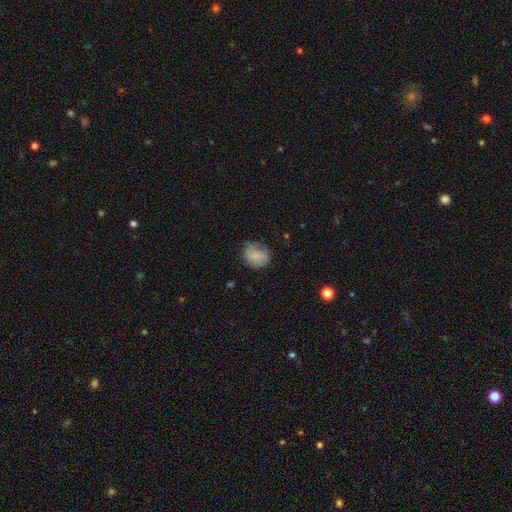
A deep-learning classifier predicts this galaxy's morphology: Overall: smooth (82%). How rounded: round (67%; in between 32%). Merging: none (66%).